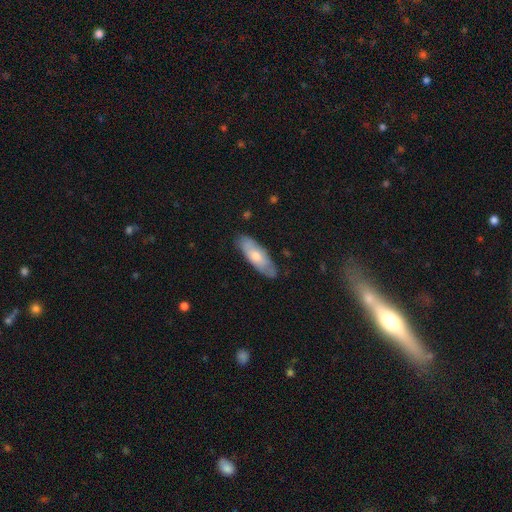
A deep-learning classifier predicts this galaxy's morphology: smooth-or-featured: smooth: 56% | featured or disk: 39% | star or artifact: 6%
  how-rounded: in between: 64% | cigar-shaped: 34% | round: 2%
  merging: none: 83% | minor disturbance: 14% | major disturbance: 2% | merger: 1%